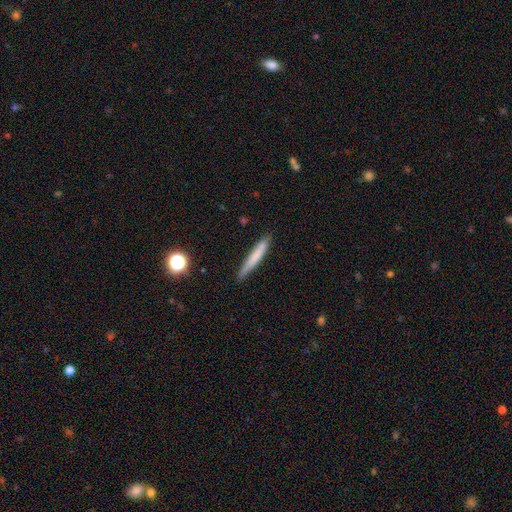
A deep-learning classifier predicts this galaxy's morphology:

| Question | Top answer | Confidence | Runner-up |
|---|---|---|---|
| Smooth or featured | smooth | 68% | featured or disk (24%) |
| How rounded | cigar-shaped | 95% | in between (3%) |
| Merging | none | 85% | minor disturbance (12%) |